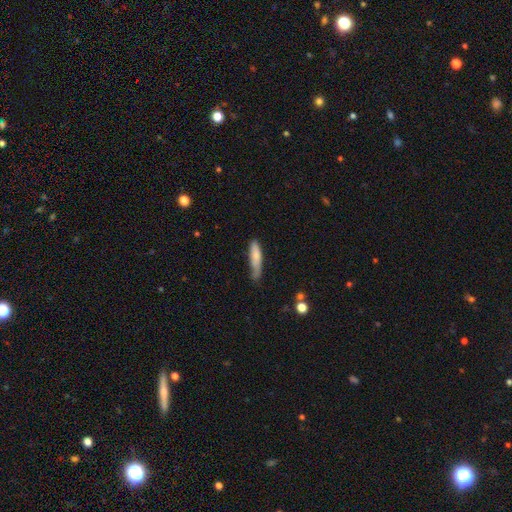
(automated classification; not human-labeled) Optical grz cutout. It shows a smooth galaxy with no disk features (74%) that is cigar-shaped (77%). Merging: none (48%).